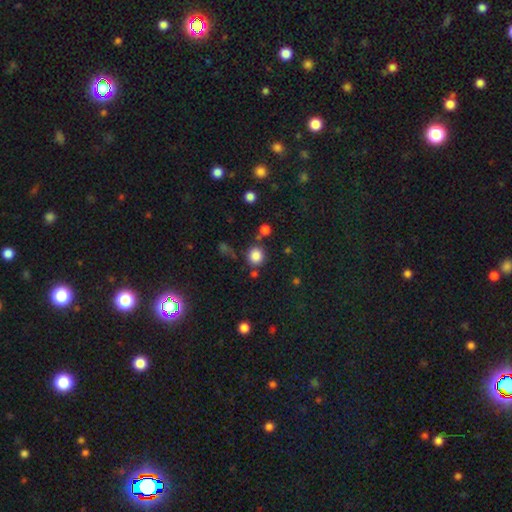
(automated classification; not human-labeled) Smooth or featured?
  - smooth: 83% *
  - star or artifact: 12%
  - featured or disk: 4%
How rounded?
  - round: 88% *
  - in between: 11%
  - cigar-shaped: 1%
Merging?
  - none: 76% *
  - minor disturbance: 11%
  - merger: 9%
  - major disturbance: 4%